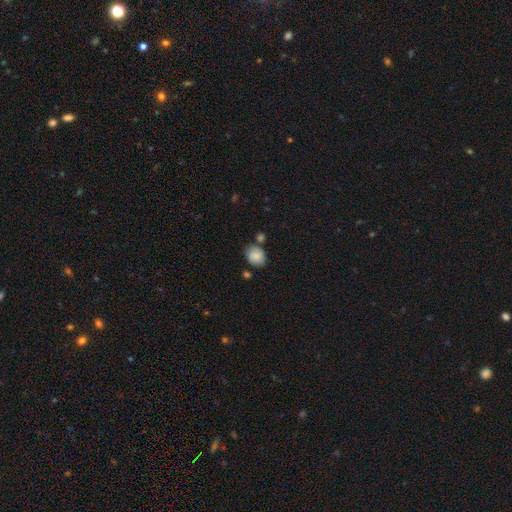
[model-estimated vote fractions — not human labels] A smooth galaxy with no disk features (82%) that is in between round and cigar-shaped (50%).

Vote fractions:
- Smooth or featured? smooth: 82% / featured or disk: 10% / star or artifact: 8%
- How rounded? in between: 50% / round: 49% / cigar-shaped: 1%
- Merging? none: 66% / minor disturbance: 19% / merger: 10% / major disturbance: 5%